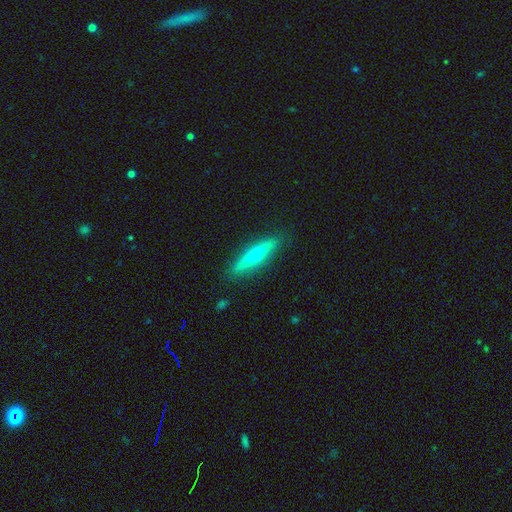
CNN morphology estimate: Smooth or featured? featured or disk (58%)
Edge-on disk? yes (93%)
Edge-on bulge? rounded (91%)
Merging? none (89%)